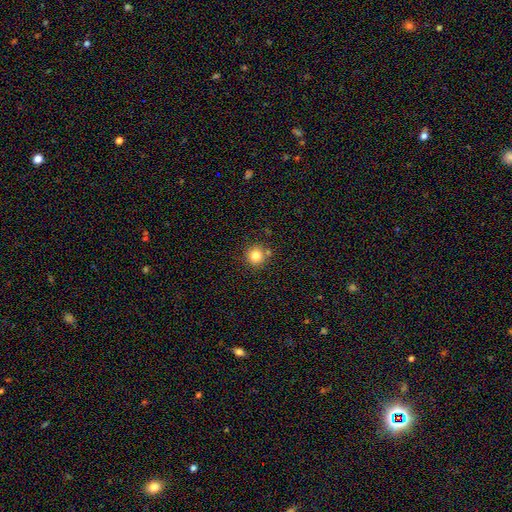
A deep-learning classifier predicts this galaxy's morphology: A smooth galaxy with no disk features (82%) that is round (93%). Merging: none (79%).